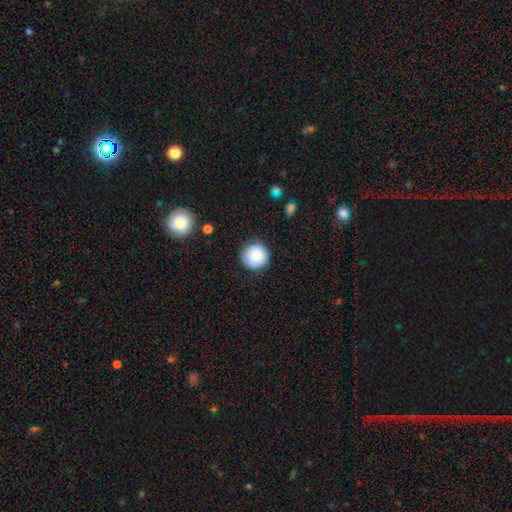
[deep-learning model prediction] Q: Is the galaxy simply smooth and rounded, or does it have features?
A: smooth — 81%.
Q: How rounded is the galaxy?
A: round — 95%.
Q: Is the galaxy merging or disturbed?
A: none — 86%.